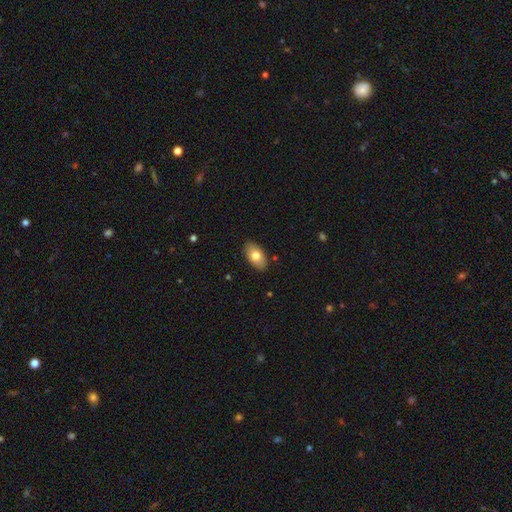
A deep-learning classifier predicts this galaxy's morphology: This is likely a smooth galaxy (74%). How rounded: clearly in between (93%). Merging: clearly none (87%).